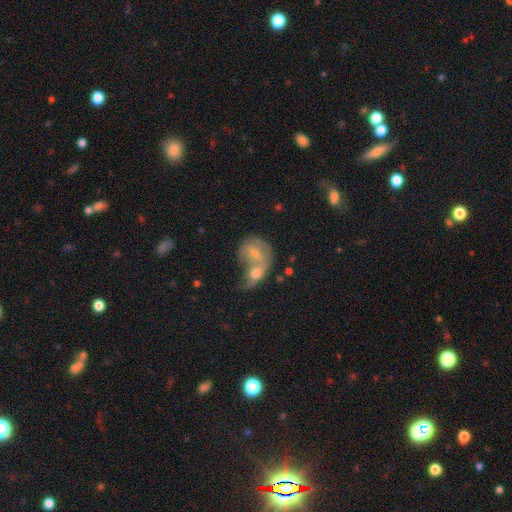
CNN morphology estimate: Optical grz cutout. It shows a featured or disk galaxy (48%). Merging: merger (67%).